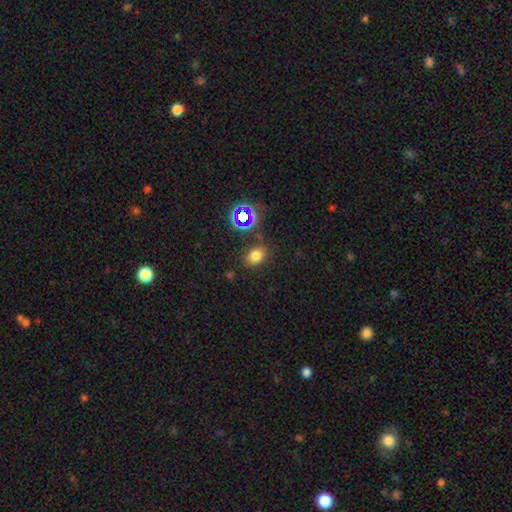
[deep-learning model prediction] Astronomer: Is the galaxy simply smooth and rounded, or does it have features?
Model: smooth — 72%.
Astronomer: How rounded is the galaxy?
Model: in between — 64%.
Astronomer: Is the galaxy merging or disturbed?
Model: none — 79%.